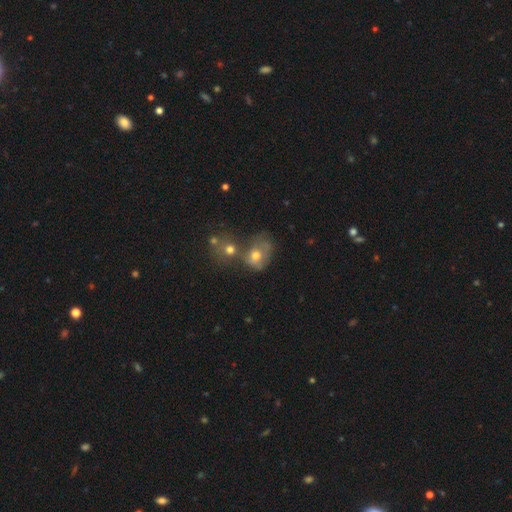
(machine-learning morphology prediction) Q: Smooth or featured?
A: smooth (63%); runner-up: featured or disk (24%)
Q: How rounded?
A: round (50%); runner-up: in between (49%)
Q: Merging?
A: merger (49%); runner-up: none (23%)